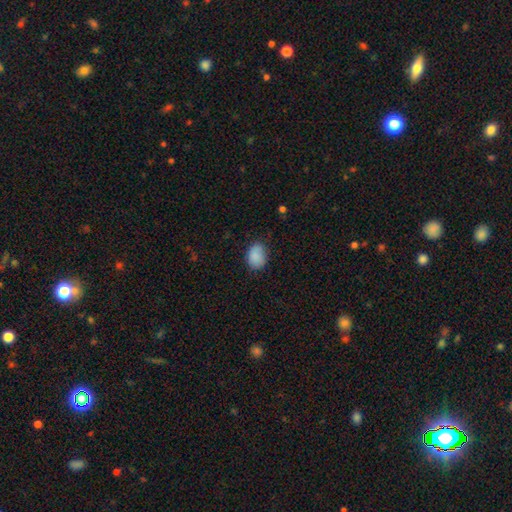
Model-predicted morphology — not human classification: Smooth or featured?
  - smooth: 88% *
  - star or artifact: 8%
  - featured or disk: 4%
How rounded?
  - in between: 75% *
  - round: 24%
  - cigar-shaped: 1%
Merging?
  - none: 74% *
  - minor disturbance: 21%
  - major disturbance: 4%
  - merger: 1%